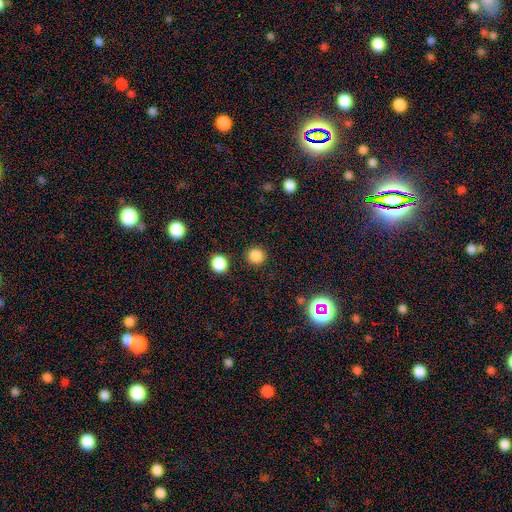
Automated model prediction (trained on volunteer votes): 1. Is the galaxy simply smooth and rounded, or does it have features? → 83% smooth, 14% star or artifact, 4% featured or disk.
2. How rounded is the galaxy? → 94% round, 5% in between, 1% cigar-shaped.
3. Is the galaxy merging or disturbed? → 90% none, 5% minor disturbance, 2% major disturbance, 2% merger.